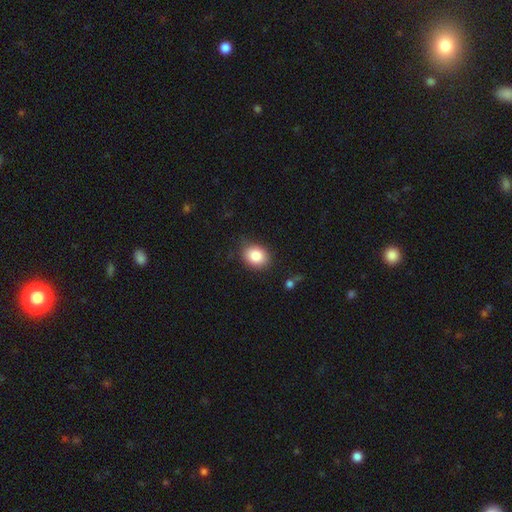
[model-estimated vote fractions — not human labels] smooth-or-featured: smooth: 85% | star or artifact: 9% | featured or disk: 7%
  how-rounded: round: 52% | in between: 47% | cigar-shaped: 1%
  merging: none: 82% | minor disturbance: 13% | major disturbance: 3% | merger: 2%